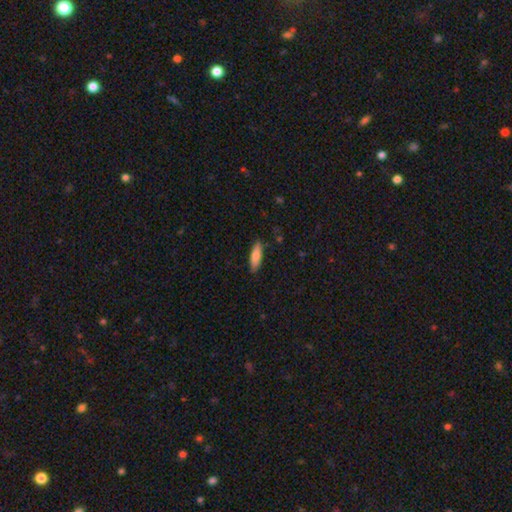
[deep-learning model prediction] A smooth galaxy with no disk features (78%) that is cigar-shaped (53%). Merging: none (86%).